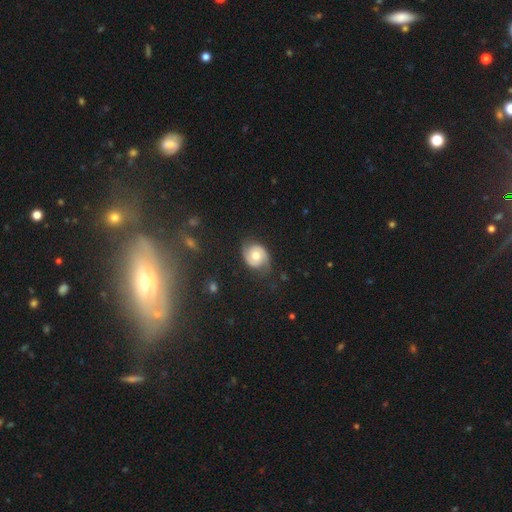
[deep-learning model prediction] Q: Smooth or featured?
A: featured or disk (67%); runner-up: smooth (26%)
Q: Edge-on disk?
A: no (97%); runner-up: yes (3%)
Q: Bar?
A: no (71%); runner-up: weak (23%)
Q: Spiral arms?
A: yes (89%); runner-up: no (11%)
Q: Spiral winding?
A: tight (42%); runner-up: medium (41%)
Q: Spiral arm count?
A: 2 (87%); runner-up: can't tell (7%)
Q: Bulge size?
A: moderate (74%); runner-up: small (13%)
Q: Merging?
A: none (71%); runner-up: minor disturbance (20%)